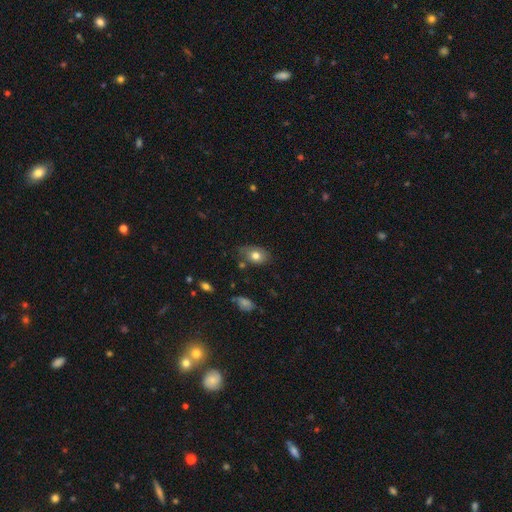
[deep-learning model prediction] The model was most divided on "merging": none: 64%, minor disturbance: 26%, major disturbance: 6%, merger: 4%. More confident: how rounded — in between (76%); smooth or featured — smooth (76%).